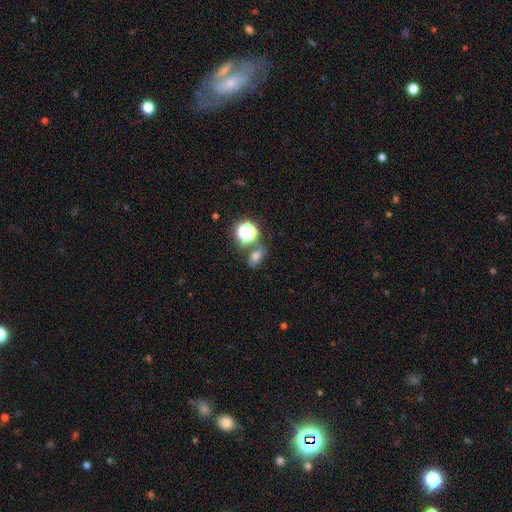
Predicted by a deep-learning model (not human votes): Smooth or featured?
  - smooth: 63% *
  - star or artifact: 24%
  - featured or disk: 13%
How rounded?
  - in between: 57% *
  - round: 42%
  - cigar-shaped: 2%
Merging?
  - none: 61% *
  - merger: 18%
  - minor disturbance: 15%
  - major disturbance: 6%